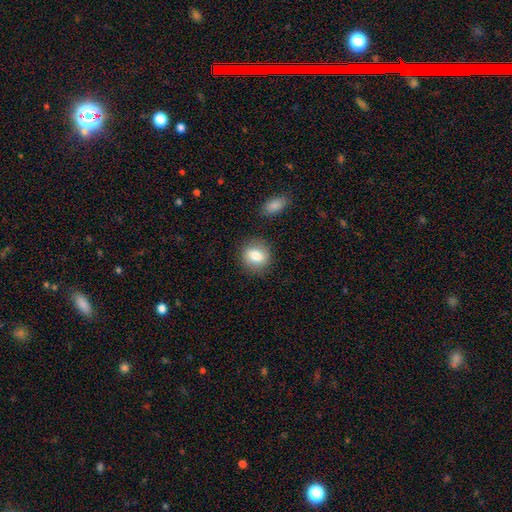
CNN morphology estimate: Smooth or featured? Predicted: smooth (p=0.79). How rounded? Predicted: round (p=0.73). Merging? Predicted: none (p=0.84).